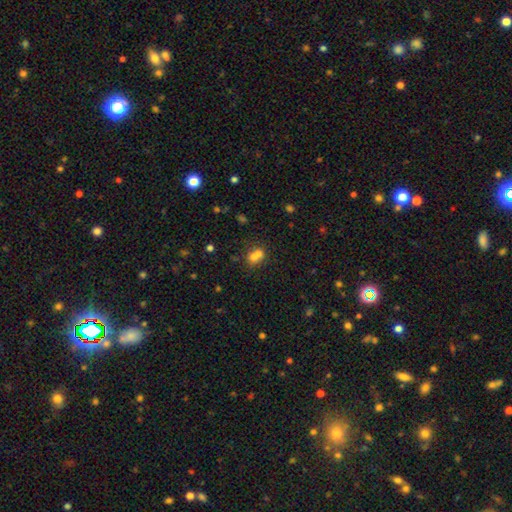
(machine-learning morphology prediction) Overall: smooth (65%). How rounded: round (60%; in between 38%). Merging: merger (62%; none 28%).